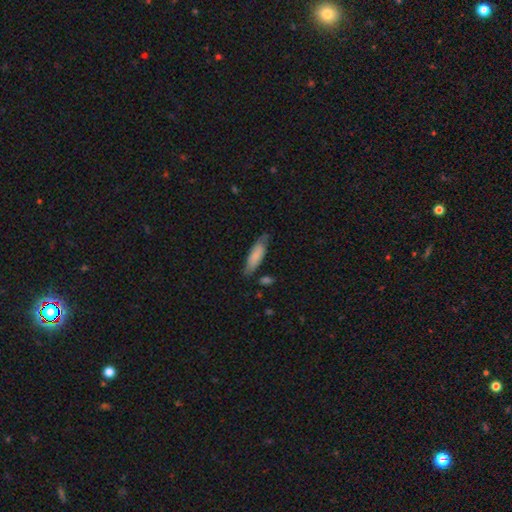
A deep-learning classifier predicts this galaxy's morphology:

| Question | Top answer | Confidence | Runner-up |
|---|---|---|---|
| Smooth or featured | smooth | 79% | featured or disk (15%) |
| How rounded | cigar-shaped | 53% | in between (46%) |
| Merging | none | 68% | minor disturbance (24%) |